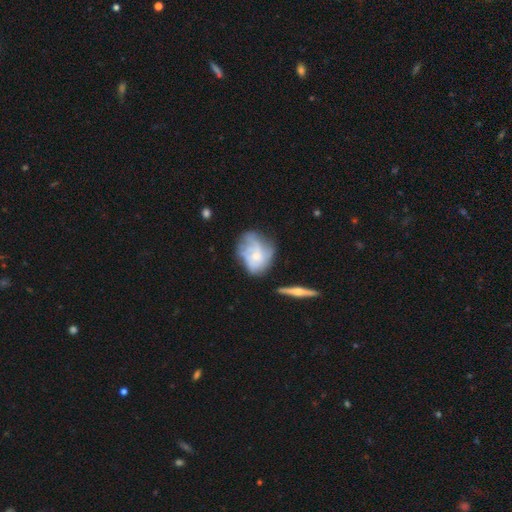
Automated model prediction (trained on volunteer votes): smooth-or-featured: featured or disk: 60% | smooth: 33% | star or artifact: 8%
  disk-edge-on: no: 94% | yes: 6%
    bar: no: 82% | weak: 15% | strong: 2%
    has-spiral-arms: yes: 60% | no: 40%
    bulge-size: small: 61% | moderate: 31% | none: 5% | large: 2% | dominant: 1%
  merging: none: 43% | minor disturbance: 29% | major disturbance: 22% | merger: 6%